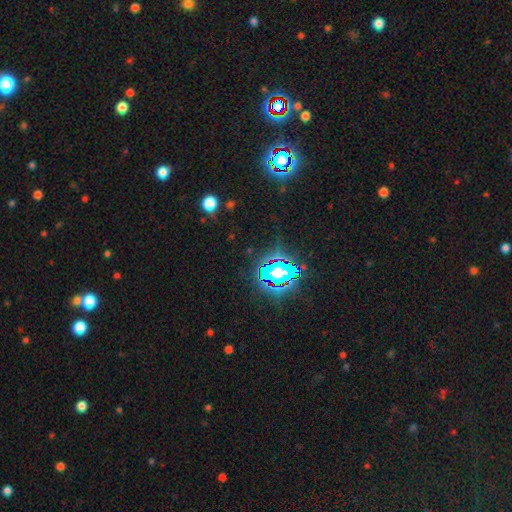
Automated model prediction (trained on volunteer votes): star or artifact 81%, smooth 11%, featured or disk 8%.